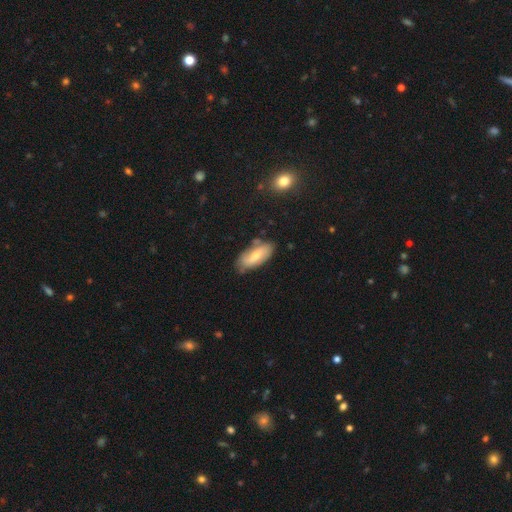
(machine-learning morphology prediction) This appears to be a smooth galaxy with no disk features (62%) that is in between round and cigar-shaped (84%). Merging: none (72%).